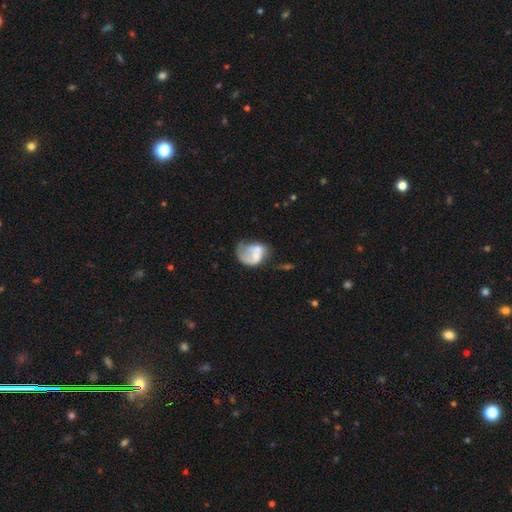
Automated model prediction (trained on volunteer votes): A featured or disk galaxy (48%). Merging: major disturbance (31%).